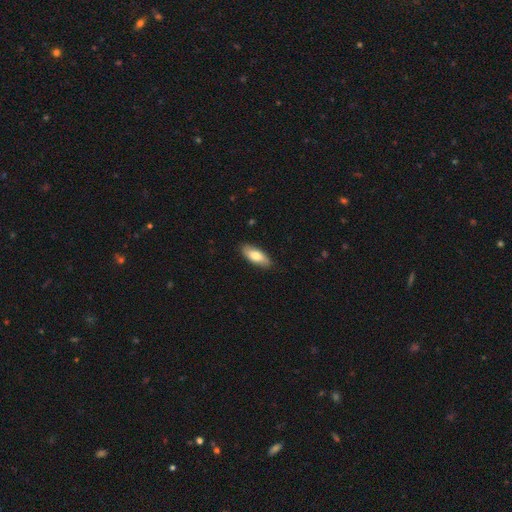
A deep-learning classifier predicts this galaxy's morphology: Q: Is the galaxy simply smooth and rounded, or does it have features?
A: smooth — 73%.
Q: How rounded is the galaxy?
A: in between — 78%.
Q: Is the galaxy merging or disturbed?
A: none — 87%.